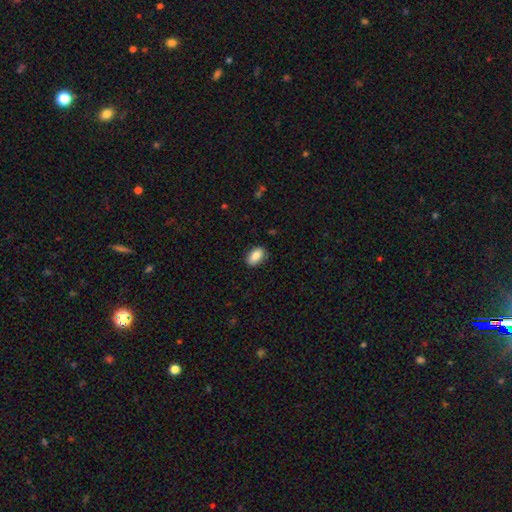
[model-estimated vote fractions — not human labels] This appears to be a smooth galaxy with no disk features (88%) that is in between round and cigar-shaped (91%). Merging: none (86%).